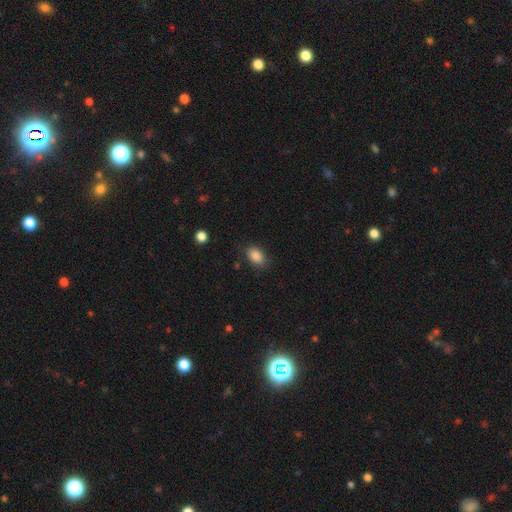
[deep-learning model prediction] Smooth or featured? Predicted: smooth (p=0.86). How rounded? Predicted: in between (p=0.86). Merging? Predicted: none (p=0.83).